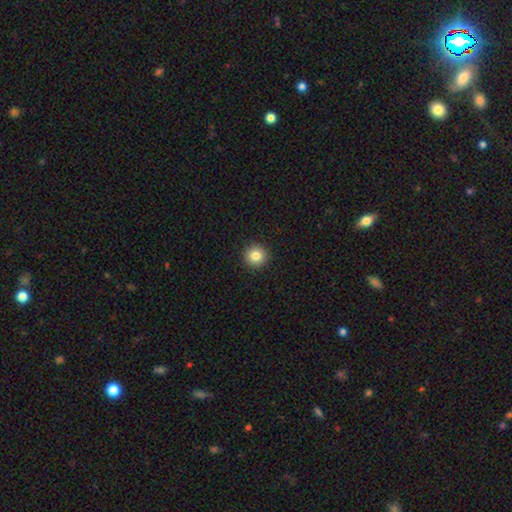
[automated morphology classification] This appears to be a smooth galaxy with no disk features (82%) that is round (95%). Merging: none (93%).